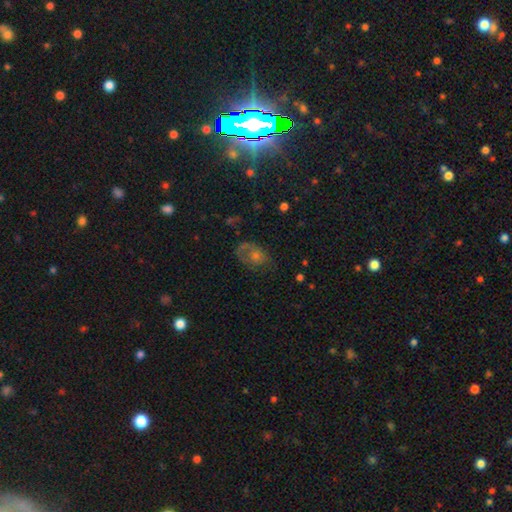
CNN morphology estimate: Smooth or featured? featured or disk (43%)
Merging? none (51%)